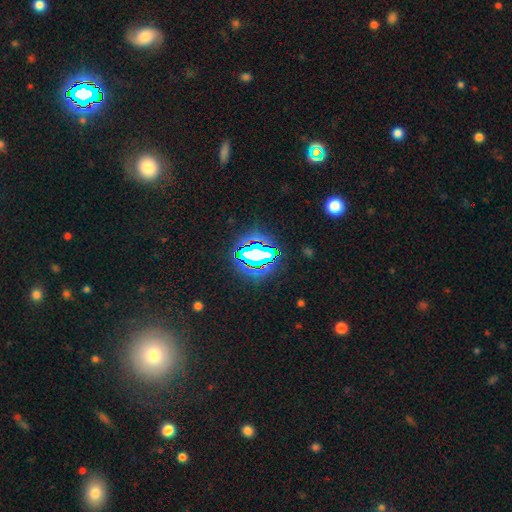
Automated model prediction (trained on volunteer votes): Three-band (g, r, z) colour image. It shows a star or artifact, not a galaxy (76%).